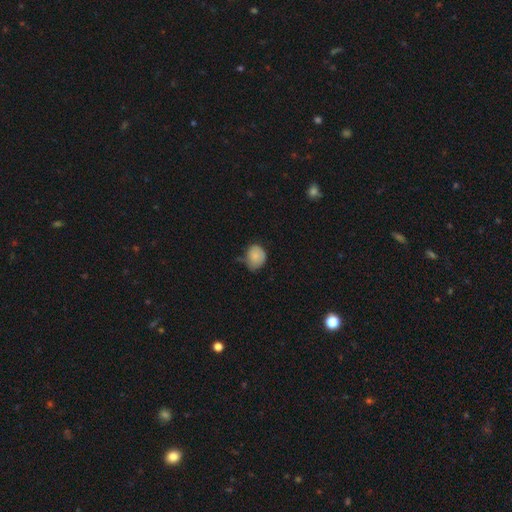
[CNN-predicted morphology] This is clearly a smooth galaxy (80%). How rounded: possibly round (59%). Merging: possibly none (46%).